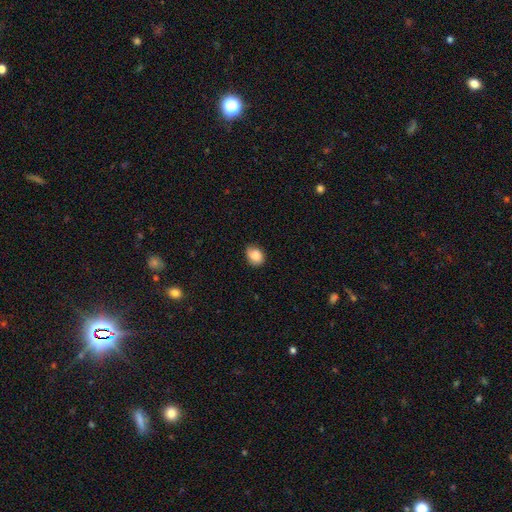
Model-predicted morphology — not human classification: Smooth or featured? Predicted: smooth (p=0.81). How rounded? Predicted: in between (p=0.53). Merging? Predicted: none (p=0.66).